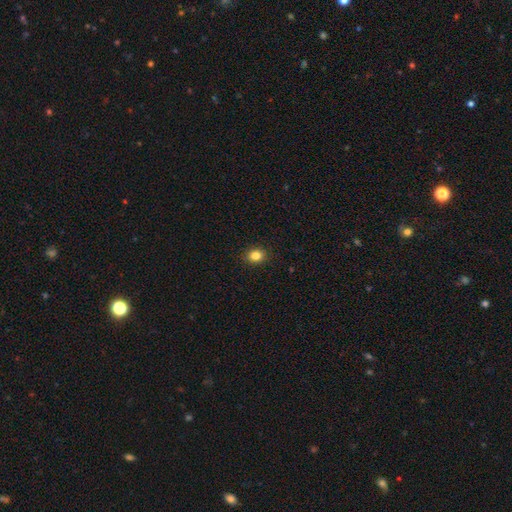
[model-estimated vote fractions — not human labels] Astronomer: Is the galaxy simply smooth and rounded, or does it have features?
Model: smooth — 84%.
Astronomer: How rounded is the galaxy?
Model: round — 56% (runner-up: in between, 43%).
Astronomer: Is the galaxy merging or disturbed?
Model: none — 91%.